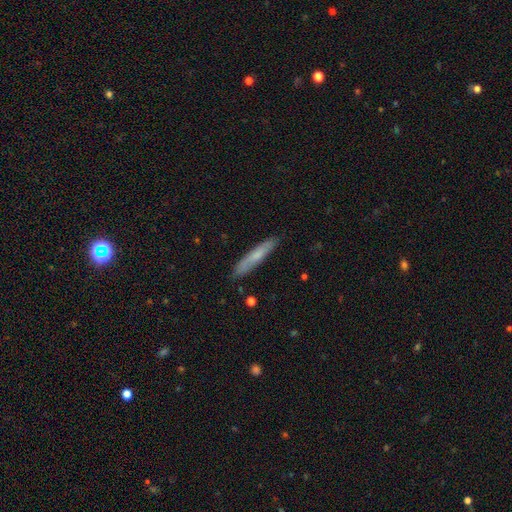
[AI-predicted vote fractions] This appears to be a smooth galaxy with no disk features (64%) that is cigar-shaped (92%). Merging: none (85%).